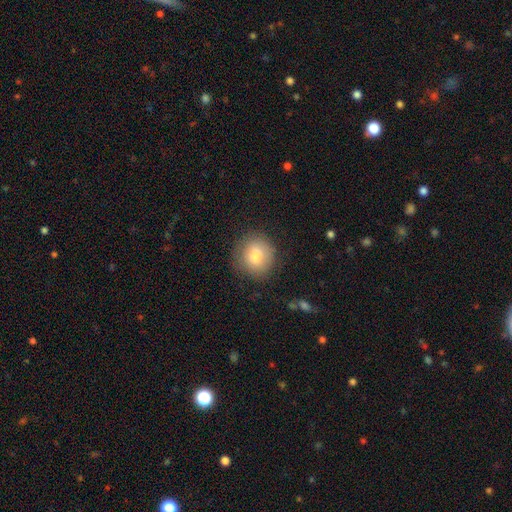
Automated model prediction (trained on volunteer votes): Smooth or featured: smooth — 81% (featured or disk — 10%)
How rounded: round — 87% (in between — 12%)
Merging: none — 84% (minor disturbance — 11%)